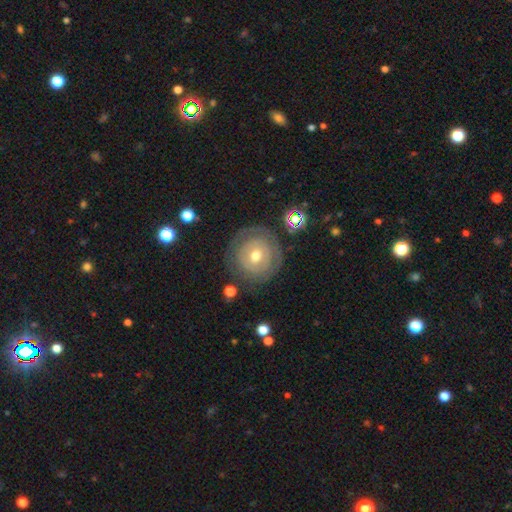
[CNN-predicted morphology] smooth_or_featured: featured or disk (p=0.55) [alt: smooth p=0.37]
disk_edge_on: no (p=0.96) [alt: yes p=0.04]
bar: no (p=0.73) [alt: weak p=0.21]
has_spiral_arms: no (p=0.59) [alt: yes p=0.41]
bulge_size: moderate (p=0.64) [alt: small p=0.29]
merging: none (p=0.77) [alt: minor disturbance p=0.13]